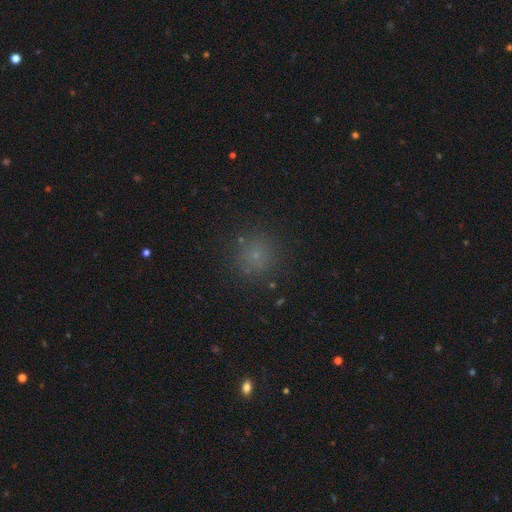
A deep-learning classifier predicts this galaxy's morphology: type=smooth (67%); roundness=round (94%); merging=none (87%).